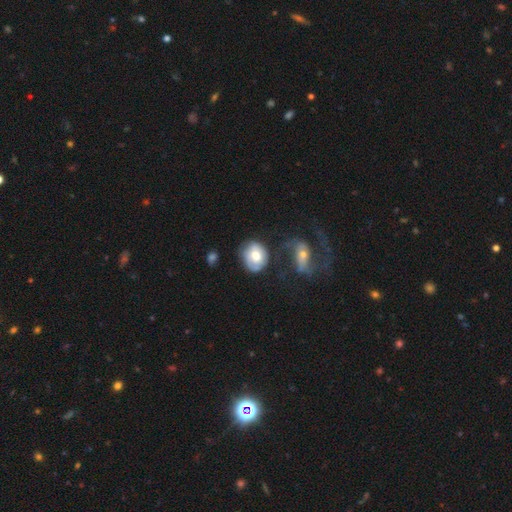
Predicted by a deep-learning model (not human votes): Q: Smooth or featured?
A: smooth (58%); runner-up: featured or disk (35%)
Q: How rounded?
A: round (61%); runner-up: in between (38%)
Q: Merging?
A: none (46%); runner-up: minor disturbance (26%)